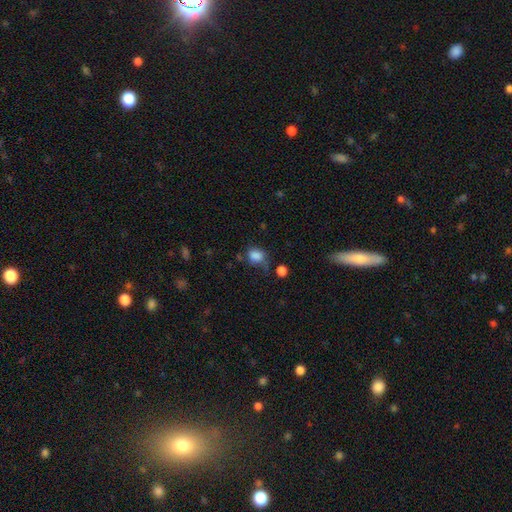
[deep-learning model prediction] Smooth or featured? smooth (82%)
How rounded? in between (50%)
Merging? none (48%)